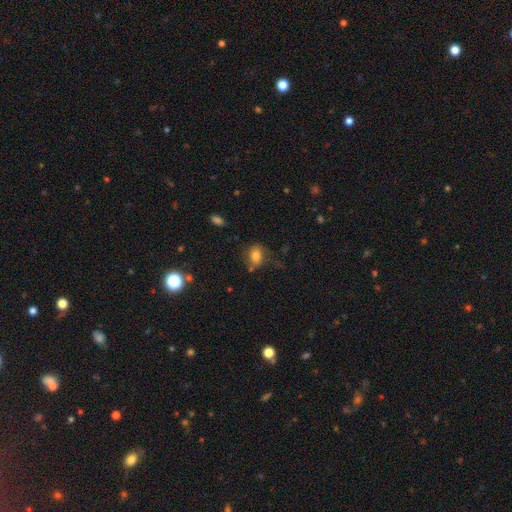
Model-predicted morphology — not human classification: This appears to be a smooth galaxy with no disk features (72%) that is in between round and cigar-shaped (67%). Merging: none (60%).